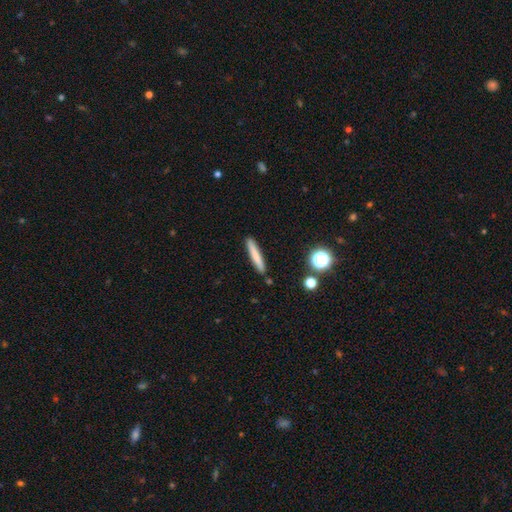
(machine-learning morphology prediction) This is likely a smooth galaxy (74%). How rounded: clearly cigar-shaped (94%). Merging: clearly none (89%).